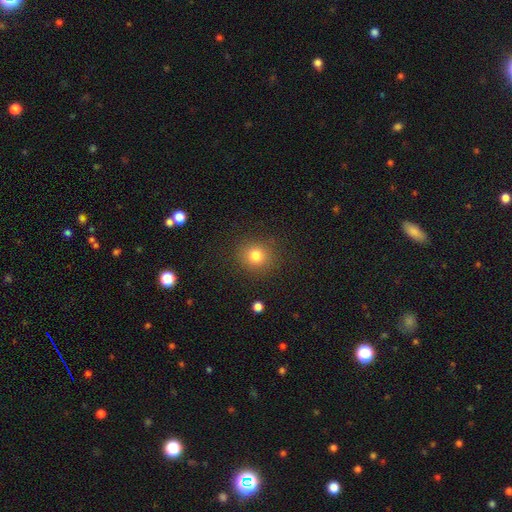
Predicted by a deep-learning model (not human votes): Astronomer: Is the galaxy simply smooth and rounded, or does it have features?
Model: smooth — 80%.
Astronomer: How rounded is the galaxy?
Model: round — 88%.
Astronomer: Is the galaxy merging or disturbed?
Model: none — 88%.